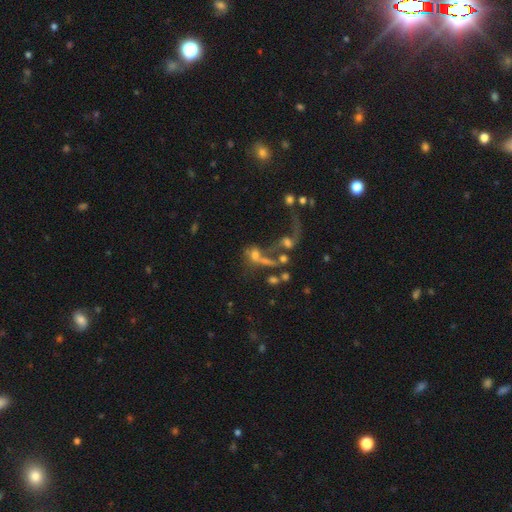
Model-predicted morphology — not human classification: Smooth or featured? featured or disk (45%)
Merging? merger (46%)